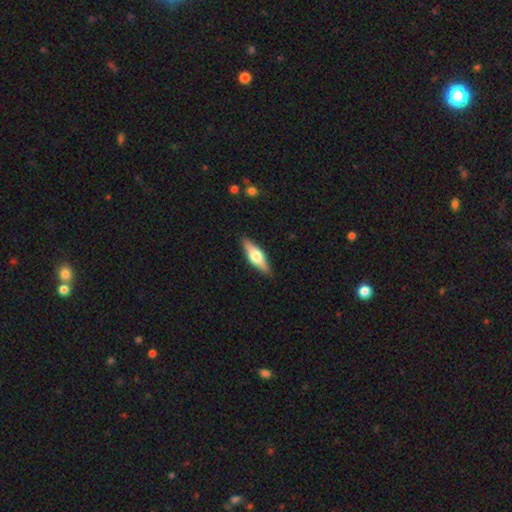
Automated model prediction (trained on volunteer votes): Morphology: type=featured or disk (55%); edge-on=yes (94%); edge-on bulge=rounded (93%); merging=none (89%).